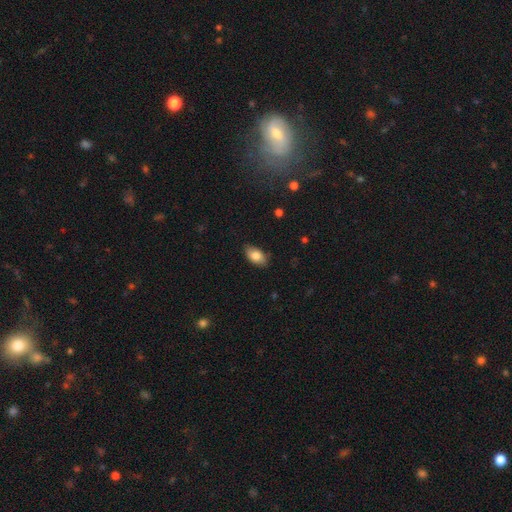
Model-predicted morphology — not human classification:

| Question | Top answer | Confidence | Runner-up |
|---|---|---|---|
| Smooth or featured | smooth | 80% | featured or disk (13%) |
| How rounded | in between | 92% | round (6%) |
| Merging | none | 82% | minor disturbance (14%) |